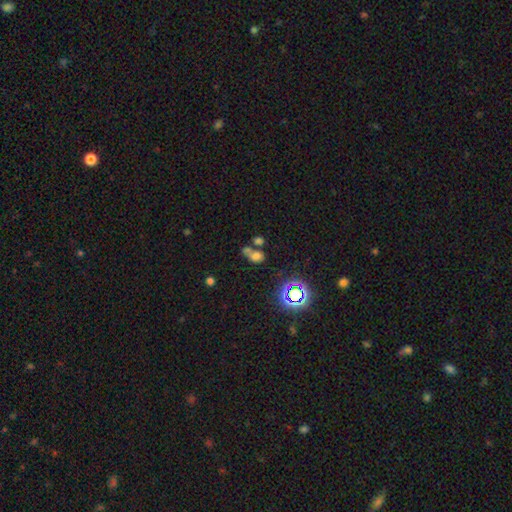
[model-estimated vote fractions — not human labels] Morphology: type=smooth (59%); roundness=in between (67%); merging=merger (55%).